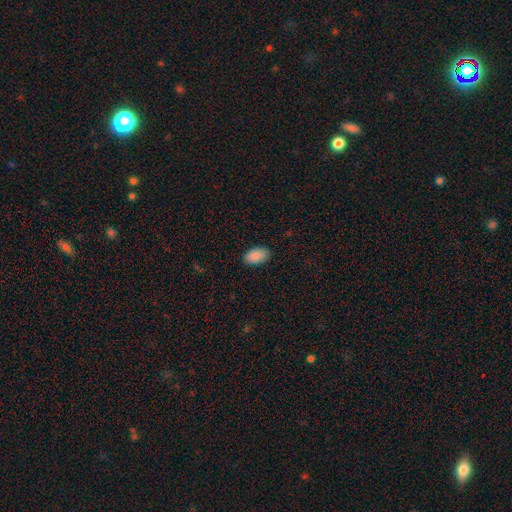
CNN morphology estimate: smooth-or-featured: smooth: 89% | star or artifact: 6% | featured or disk: 5%
  how-rounded: in between: 94% | round: 5% | cigar-shaped: 1%
  merging: none: 87% | minor disturbance: 10% | major disturbance: 2% | merger: 1%